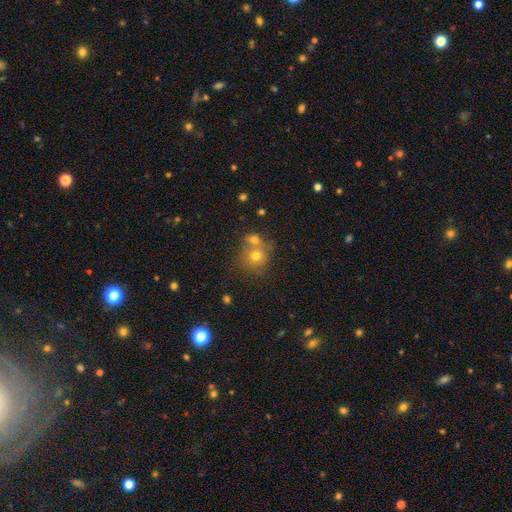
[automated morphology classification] This is likely a smooth galaxy (70%). How rounded: clearly round (82%). Merging: possibly merger (45%).